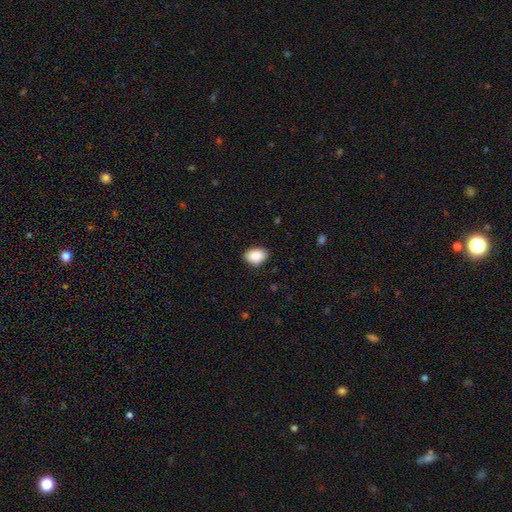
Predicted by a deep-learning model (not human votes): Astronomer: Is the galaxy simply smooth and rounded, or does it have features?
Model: smooth — 89%.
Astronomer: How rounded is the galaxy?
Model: in between — 82%.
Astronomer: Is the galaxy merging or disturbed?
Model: none — 86%.